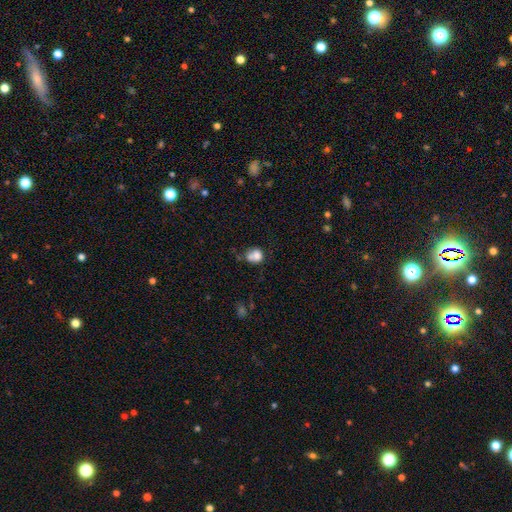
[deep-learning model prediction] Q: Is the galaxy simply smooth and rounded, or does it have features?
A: smooth — 76%.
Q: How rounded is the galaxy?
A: round — 61%.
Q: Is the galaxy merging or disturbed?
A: none — 36%.